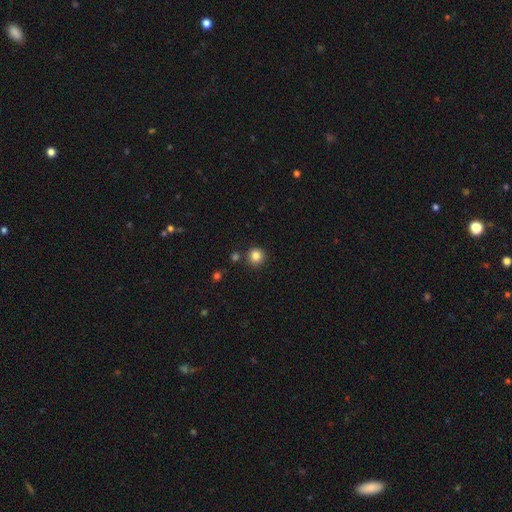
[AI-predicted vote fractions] The model was most divided on "smooth or featured": smooth: 84%, star or artifact: 12%, featured or disk: 5%. More confident: how rounded — round (94%); merging — none (86%).